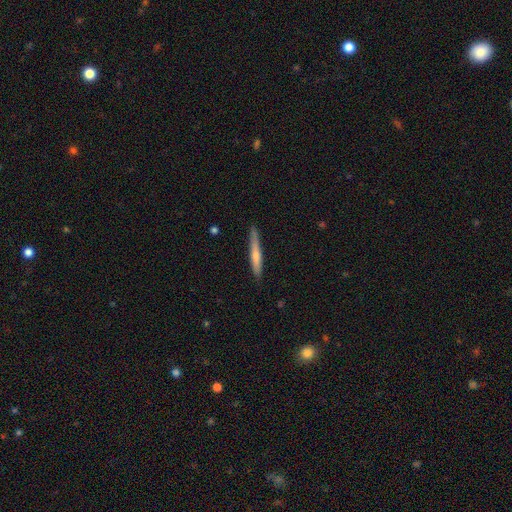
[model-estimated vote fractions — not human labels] smooth_or_featured: featured or disk (p=0.56) [alt: smooth p=0.38]
disk_edge_on: yes (p=0.96) [alt: no p=0.04]
edge_on_bulge: rounded (p=0.63) [alt: none p=0.30]
merging: none (p=0.88) [alt: minor disturbance p=0.09]